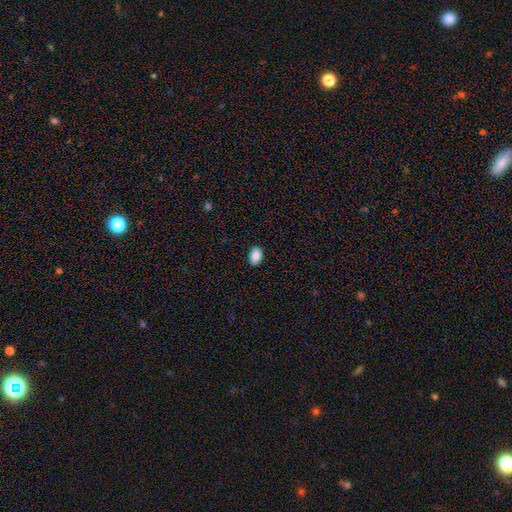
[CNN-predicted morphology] This appears to be a smooth galaxy with no disk features (89%) that is in between round and cigar-shaped (88%). Merging: none (87%).